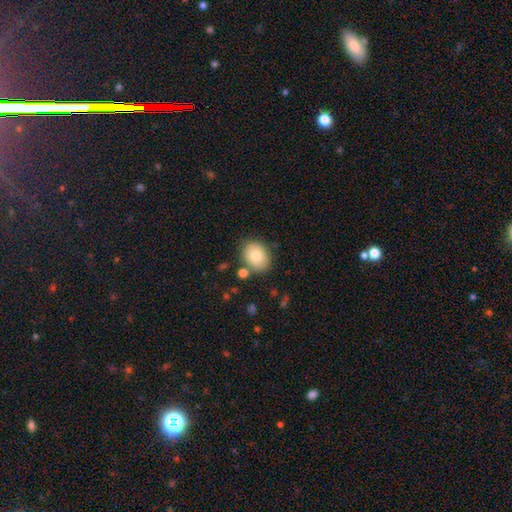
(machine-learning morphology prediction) type=smooth (80%); roundness=in between (57%); merging=none (75%).